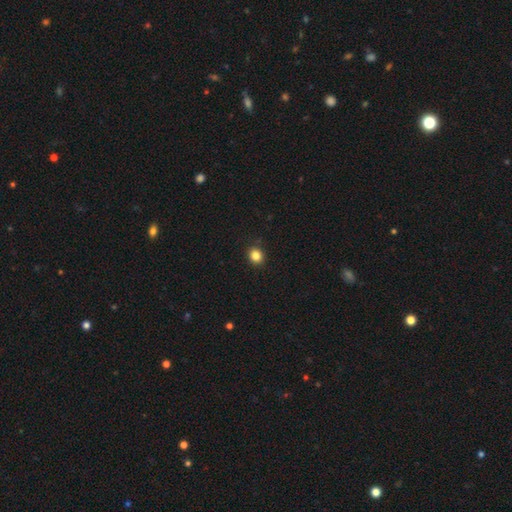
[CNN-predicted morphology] Smooth or featured? Predicted: smooth (p=0.84). How rounded? Predicted: round (p=0.79). Merging? Predicted: none (p=0.90).